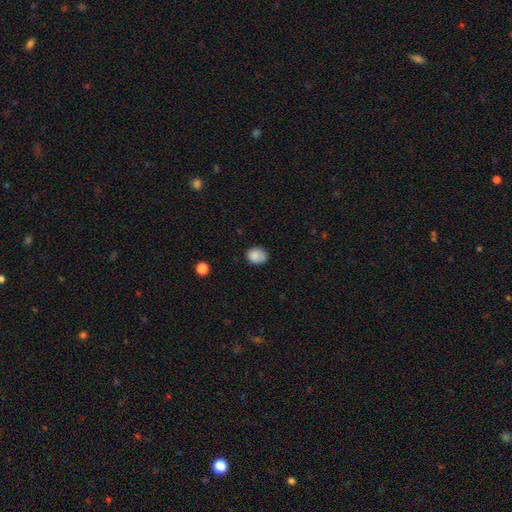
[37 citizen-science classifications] Smooth or featured? smooth (89%)
How rounded? in between (73%)
Merging? none (61%)